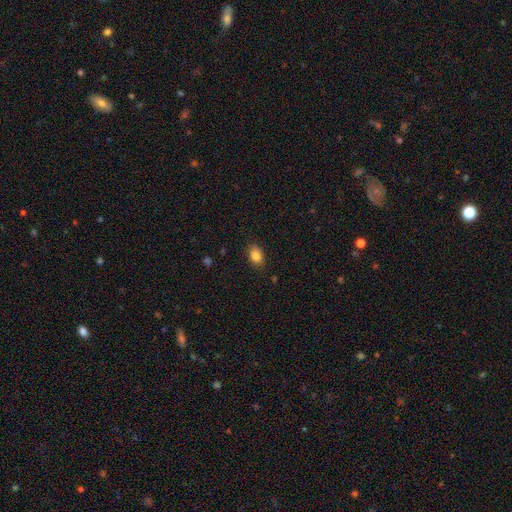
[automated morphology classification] This appears to be a smooth galaxy with no disk features (86%) that is in between round and cigar-shaped (76%). Merging: none (84%).